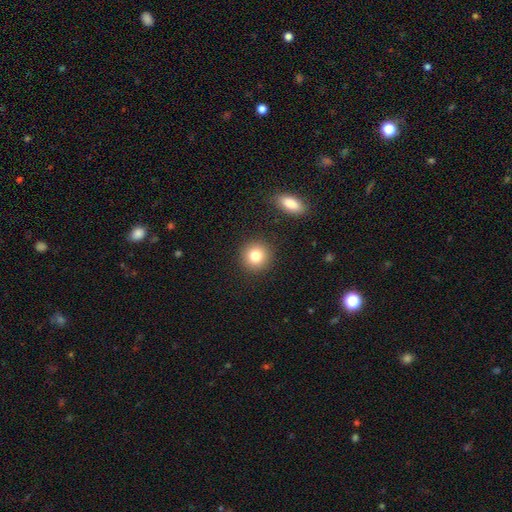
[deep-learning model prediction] Overall: smooth (80%). How rounded: round (92%). Merging: none (89%).